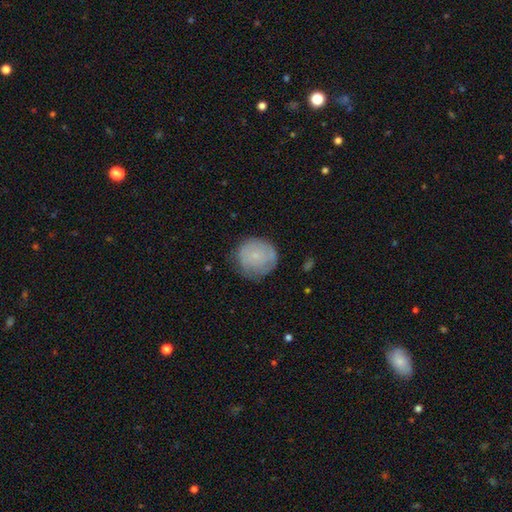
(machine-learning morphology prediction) A smooth galaxy with no disk features (64%) that is round (91%). Merging: none (71%).